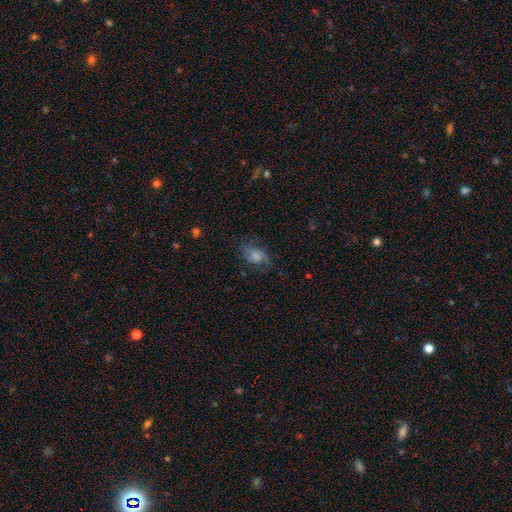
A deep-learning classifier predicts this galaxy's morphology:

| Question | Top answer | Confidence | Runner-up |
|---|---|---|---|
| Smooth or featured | smooth | 54% | featured or disk (35%) |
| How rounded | in between | 81% | round (16%) |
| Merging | none | 56% | minor disturbance (24%) |